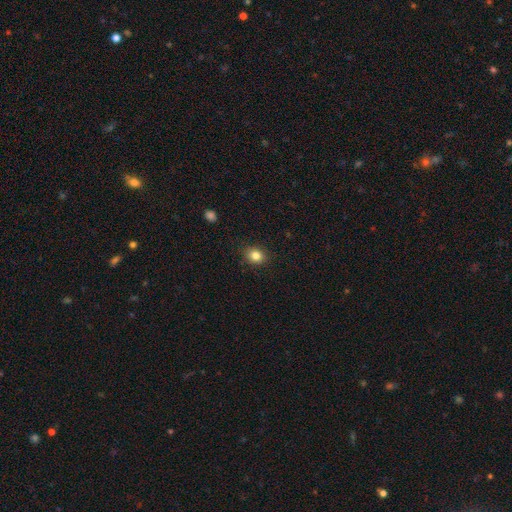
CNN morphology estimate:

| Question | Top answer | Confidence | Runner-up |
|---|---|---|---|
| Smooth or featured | smooth | 84% | star or artifact (11%) |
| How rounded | round | 68% | in between (31%) |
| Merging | none | 88% | minor disturbance (9%) |